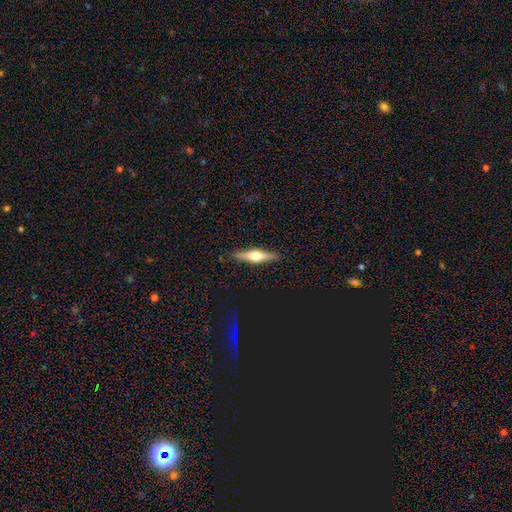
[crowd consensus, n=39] A featured or disk galaxy (64%) viewed edge-on (92%) with a rounded central bulge (100%).

Vote fractions:
- Smooth or featured? featured or disk: 64% / smooth: 28% / star or artifact: 8%
- Edge-on disk? yes: 92% / no: 8%
- Edge-on bulge? rounded: 100% / boxy: 0% / none: 0%
- Merging? none: 94% / minor disturbance: 6% / major disturbance: 0% / merger: 0%